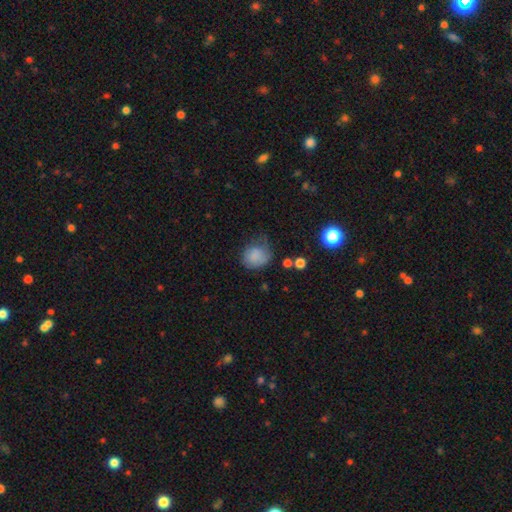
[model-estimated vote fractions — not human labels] smooth 79%, featured or disk 12%, star or artifact 9%. Down the decision tree: how rounded — round (66%); merging — none (41%).